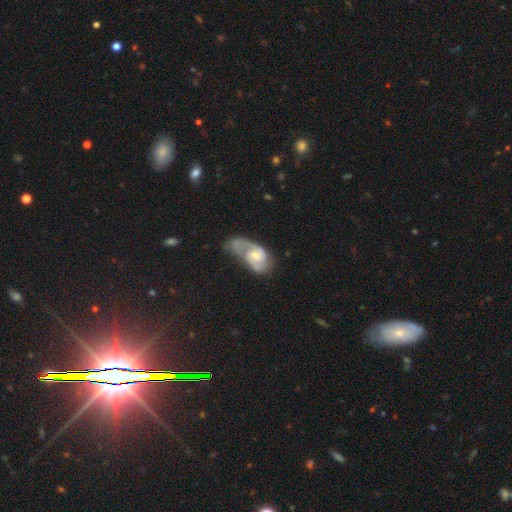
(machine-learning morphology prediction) This appears to be a featured or disk galaxy (77%) with no bar (62%), 2 (70%) medium (46%) spiral arms (91%) and a moderate central bulge (54%). Merging: none (38%).